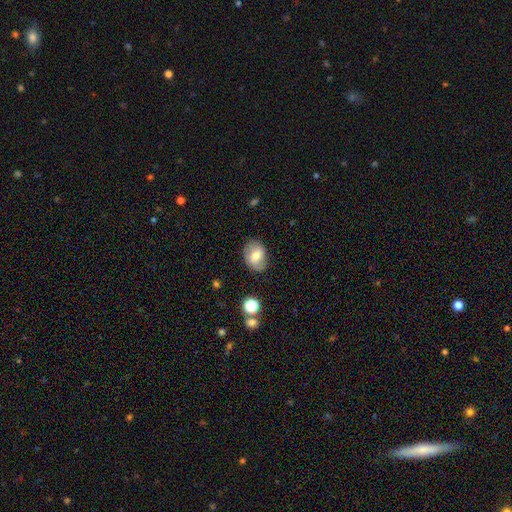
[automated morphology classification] This is likely a smooth galaxy (63%). How rounded: likely in between (68%). Merging: likely none (72%).